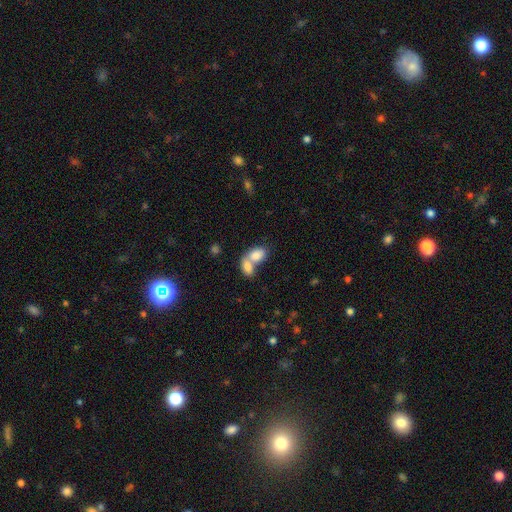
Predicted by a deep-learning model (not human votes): A smooth galaxy with no disk features (82%) that is in between round and cigar-shaped (87%). Merging: merger (73%).